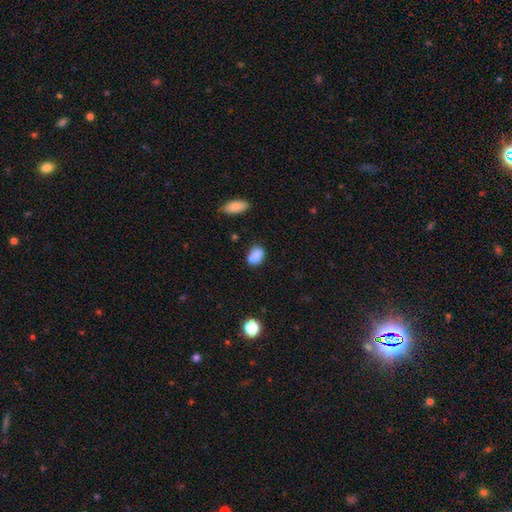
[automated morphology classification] A smooth galaxy with no disk features (83%) that is in between round and cigar-shaped (76%).

Vote fractions:
- Smooth or featured? smooth: 83% / star or artifact: 9% / featured or disk: 7%
- How rounded? in between: 76% / round: 22% / cigar-shaped: 1%
- Merging? none: 65% / minor disturbance: 22% / merger: 8% / major disturbance: 5%